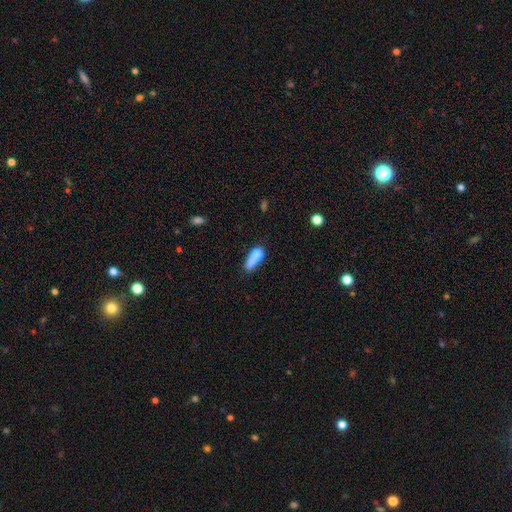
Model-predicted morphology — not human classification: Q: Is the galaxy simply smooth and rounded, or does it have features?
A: smooth — 73%.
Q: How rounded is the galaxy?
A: in between — 56%.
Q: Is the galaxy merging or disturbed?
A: none — 28%.